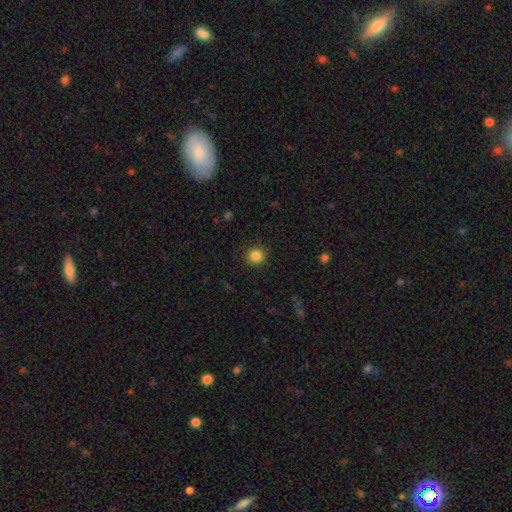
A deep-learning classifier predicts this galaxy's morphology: type=smooth (85%); roundness=round (92%); merging=none (91%).